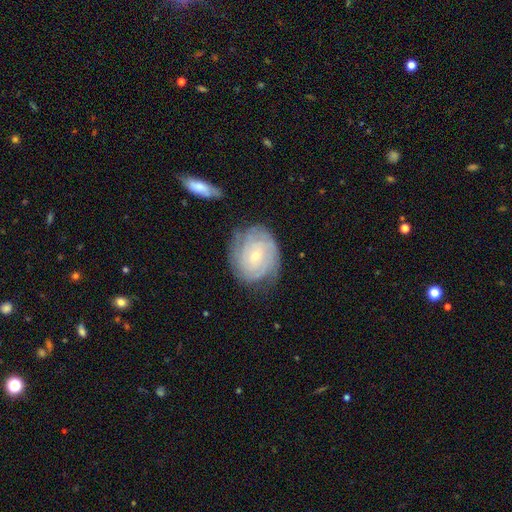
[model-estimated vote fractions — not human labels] Smooth or featured? featured or disk (78%)
Edge-on disk? no (97%)
Bar? no (63%)
Spiral arms? yes (93%)
Spiral winding? tight (79%)
Spiral arm count? can't tell (44%)
Bulge size? small (73%)
Merging? none (71%)